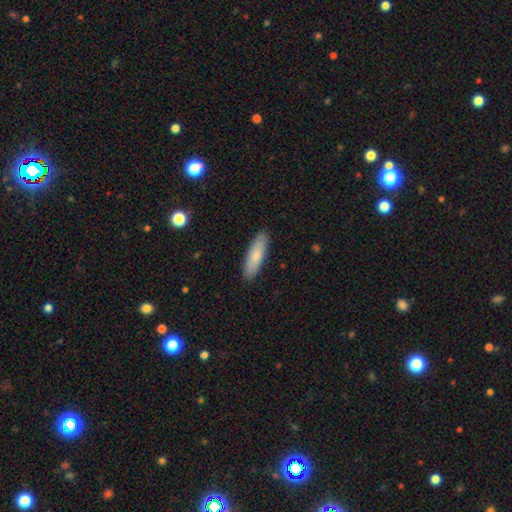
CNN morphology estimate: The model was most divided on "how rounded": cigar-shaped: 54%, in between: 44%, round: 2%. More confident: merging — none (90%); smooth or featured — smooth (81%).